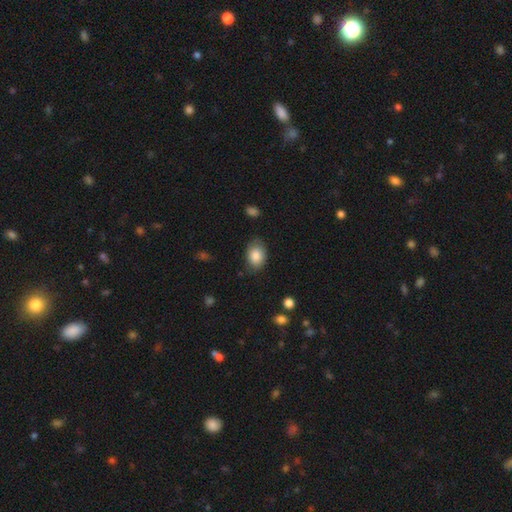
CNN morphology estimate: Smooth or featured? Predicted: smooth (p=0.85). How rounded? Predicted: in between (p=0.80). Merging? Predicted: none (p=0.76).